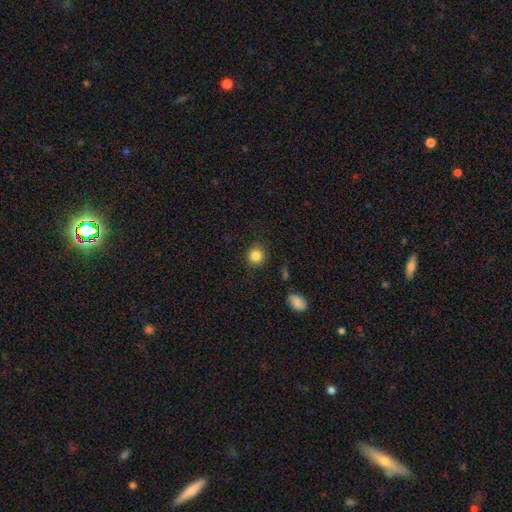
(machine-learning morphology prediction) type=smooth (85%); roundness=round (88%); merging=none (88%).